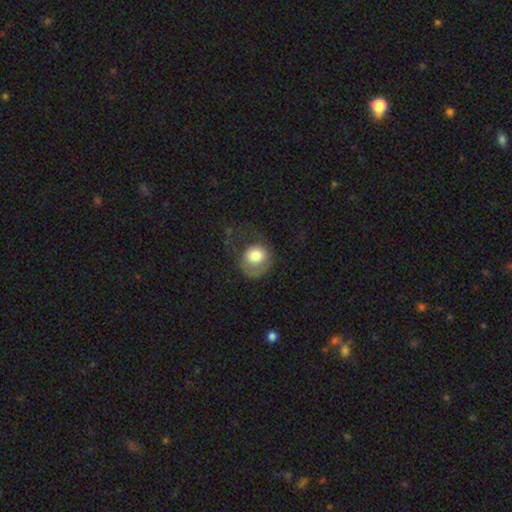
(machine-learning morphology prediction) This appears to be a smooth galaxy with no disk features (75%) that is round (75%). Merging: none (42%).